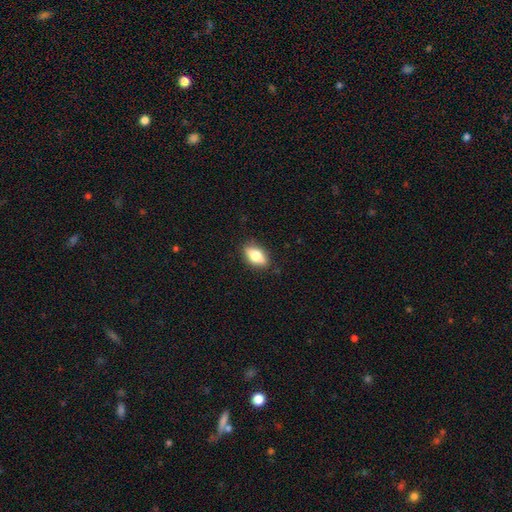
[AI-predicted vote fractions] Smooth or featured: smooth — 71% (featured or disk — 22%)
How rounded: in between — 84% (cigar-shaped — 9%)
Merging: none — 85% (minor disturbance — 11%)